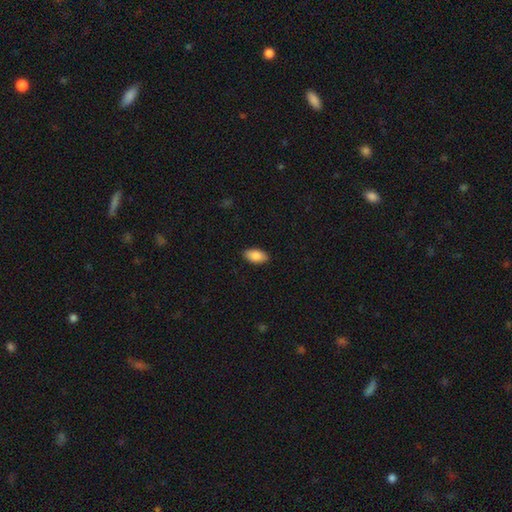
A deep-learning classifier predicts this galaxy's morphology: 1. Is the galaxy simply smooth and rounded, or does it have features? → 88% smooth, 7% star or artifact, 5% featured or disk.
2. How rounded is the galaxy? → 94% in between, 3% cigar-shaped, 3% round.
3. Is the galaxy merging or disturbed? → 89% none, 8% minor disturbance, 2% major disturbance, 1% merger.